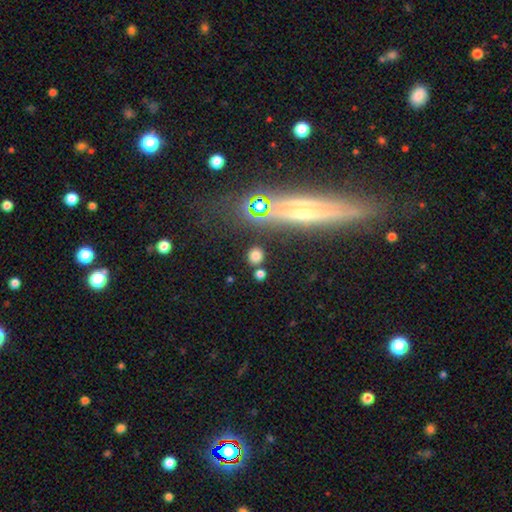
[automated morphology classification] This is likely a smooth galaxy (72%). How rounded: clearly round (83%). Merging: clearly none (82%).